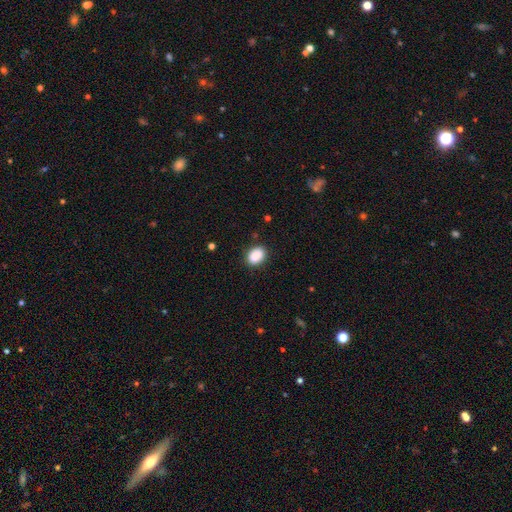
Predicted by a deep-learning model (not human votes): This is clearly a smooth galaxy (89%). How rounded: likely in between (72%). Merging: clearly none (86%).